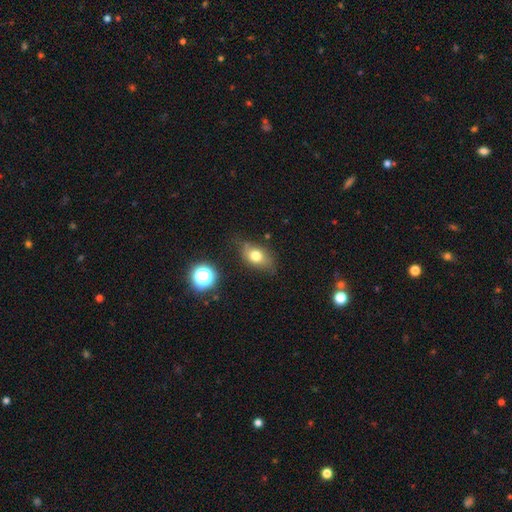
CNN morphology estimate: smooth-or-featured: smooth: 72% | featured or disk: 16% | star or artifact: 11%
  how-rounded: in between: 77% | round: 20% | cigar-shaped: 3%
  merging: none: 68% | minor disturbance: 23% | major disturbance: 6% | merger: 3%